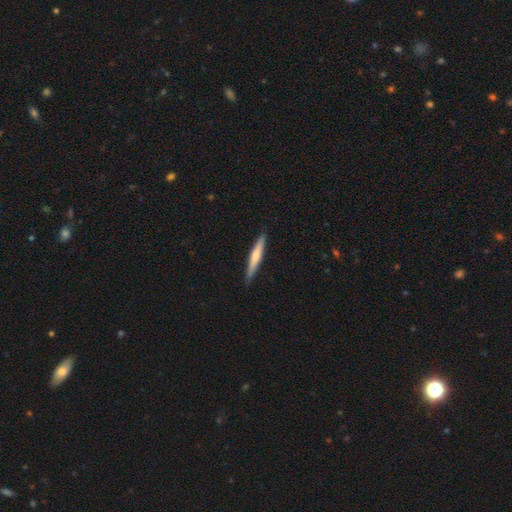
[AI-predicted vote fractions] Smooth or featured? smooth (56%)
How rounded? cigar-shaped (94%)
Merging? none (88%)